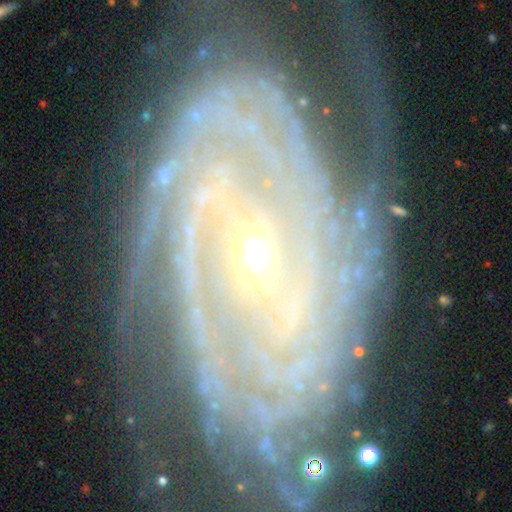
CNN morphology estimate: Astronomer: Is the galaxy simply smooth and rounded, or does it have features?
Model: featured or disk — 90%.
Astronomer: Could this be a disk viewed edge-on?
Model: no — 96%.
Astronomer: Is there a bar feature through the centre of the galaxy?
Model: no — 45% (runner-up: weak, 35%).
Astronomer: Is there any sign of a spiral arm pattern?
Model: yes — 96%.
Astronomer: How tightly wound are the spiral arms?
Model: tight — 67%.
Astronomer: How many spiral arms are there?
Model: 2 — 27% (runner-up: can't tell, 21%).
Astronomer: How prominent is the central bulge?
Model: small — 71%.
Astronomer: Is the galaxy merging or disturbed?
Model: none — 67%.